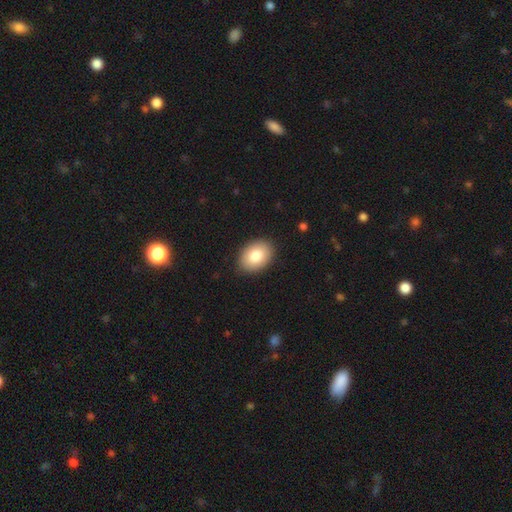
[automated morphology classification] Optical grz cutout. It shows a smooth galaxy with no disk features (82%) that is in between round and cigar-shaped (78%). Merging: none (89%).